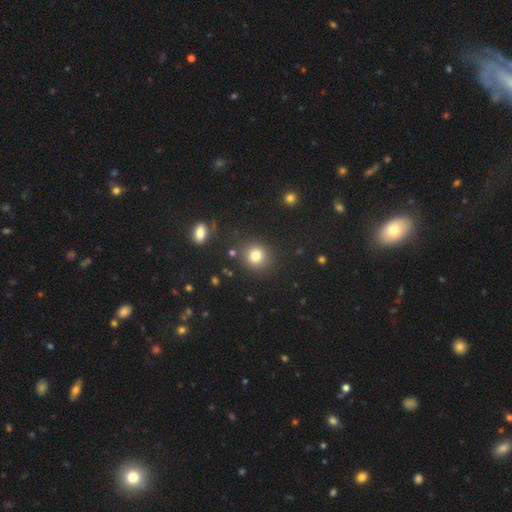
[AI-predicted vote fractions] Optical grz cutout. It shows a smooth galaxy with no disk features (80%) that is round (83%). Merging: none (83%).